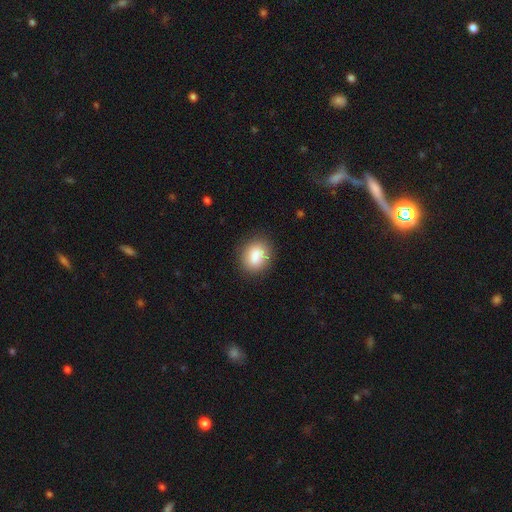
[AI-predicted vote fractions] Smooth or featured?
  - smooth: 83% *
  - star or artifact: 9%
  - featured or disk: 8%
How rounded?
  - round: 52% *
  - in between: 47%
  - cigar-shaped: 1%
Merging?
  - none: 77% *
  - minor disturbance: 14%
  - merger: 5%
  - major disturbance: 4%